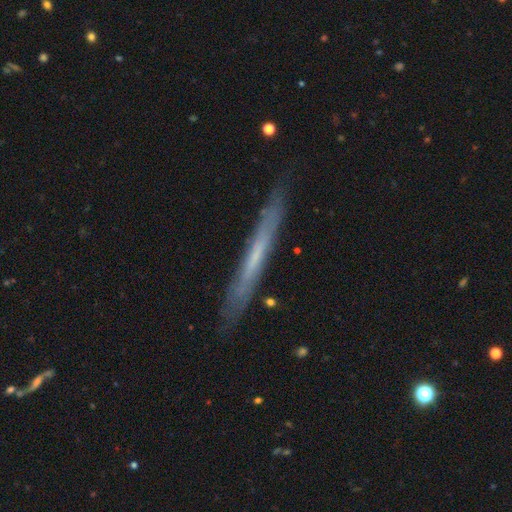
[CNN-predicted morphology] Smooth or featured?
  - featured or disk: 52% *
  - smooth: 42%
  - star or artifact: 6%
Edge-on disk?
  - yes: 90% *
  - no: 10%
Merging?
  - none: 85% *
  - minor disturbance: 11%
  - major disturbance: 2%
  - merger: 2%